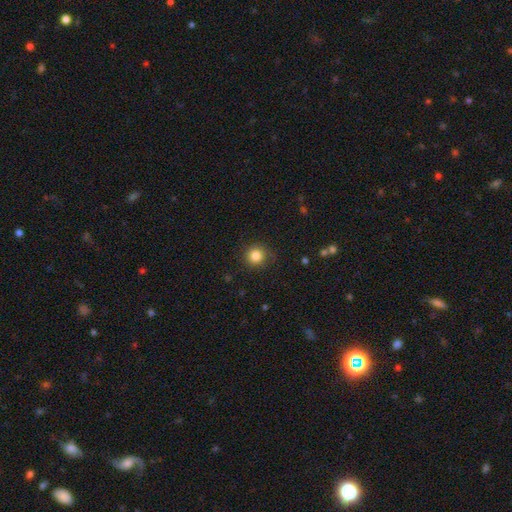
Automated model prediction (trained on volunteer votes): Morphology: type=smooth (84%); roundness=round (93%); merging=none (86%).